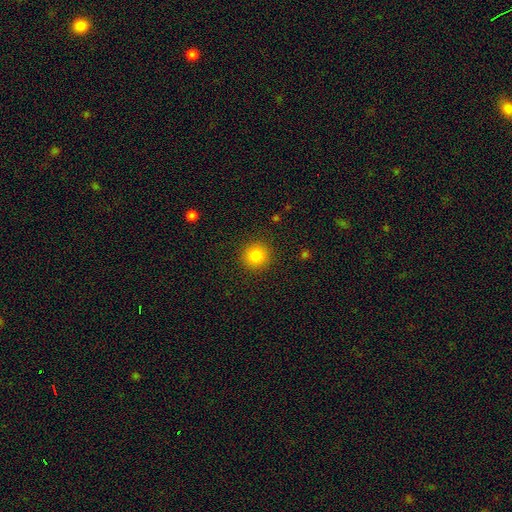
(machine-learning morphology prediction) smooth 84%, star or artifact 11%, featured or disk 5%. Down the decision tree: how rounded — round (94%); merging — none (91%).